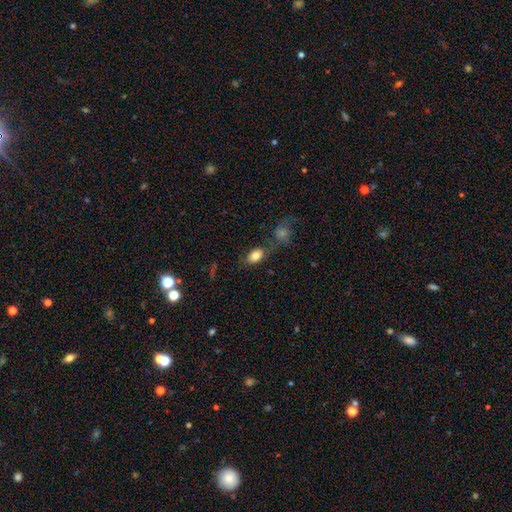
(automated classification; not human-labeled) smooth-or-featured: smooth: 80% | featured or disk: 12% | star or artifact: 8%
  how-rounded: in between: 86% | round: 12% | cigar-shaped: 2%
  merging: none: 57% | merger: 18% | minor disturbance: 16% | major disturbance: 8%